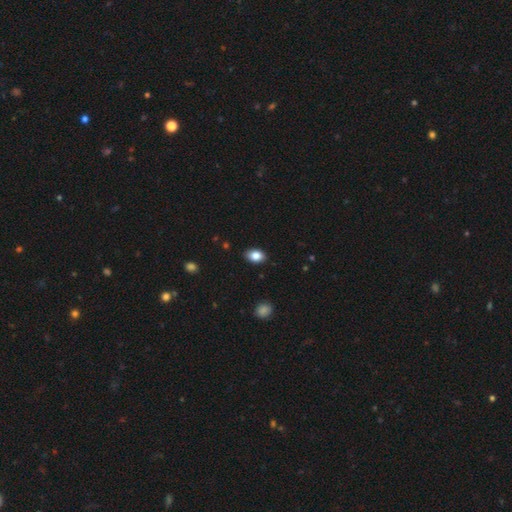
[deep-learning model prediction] A smooth galaxy with no disk features (85%) that is in between round and cigar-shaped (80%).

Vote fractions:
- Smooth or featured? smooth: 85% / star or artifact: 9% / featured or disk: 6%
- How rounded? in between: 80% / round: 18% / cigar-shaped: 1%
- Merging? none: 87% / minor disturbance: 10% / major disturbance: 2% / merger: 1%